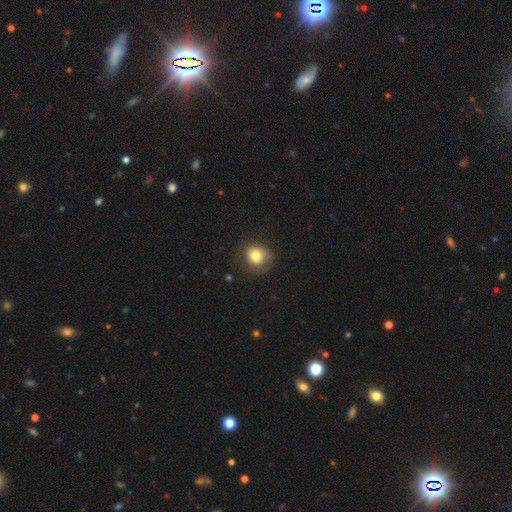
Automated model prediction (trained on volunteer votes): smooth-or-featured: smooth: 81% | featured or disk: 10% | star or artifact: 10%
  how-rounded: round: 77% | in between: 22% | cigar-shaped: 1%
  merging: none: 68% | minor disturbance: 22% | major disturbance: 8% | merger: 1%